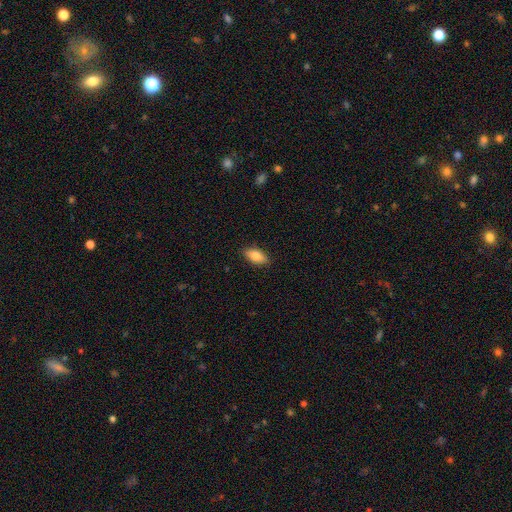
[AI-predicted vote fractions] This is clearly a smooth galaxy (85%). How rounded: clearly in between (90%). Merging: clearly none (87%).